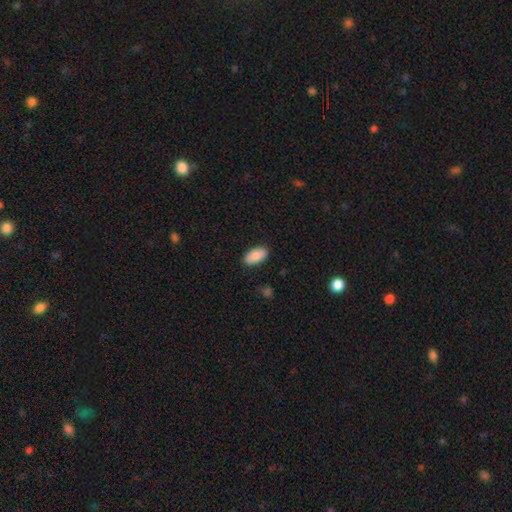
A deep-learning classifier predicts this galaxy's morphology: Overall: smooth (87%). How rounded: in between (95%). Merging: none (87%).